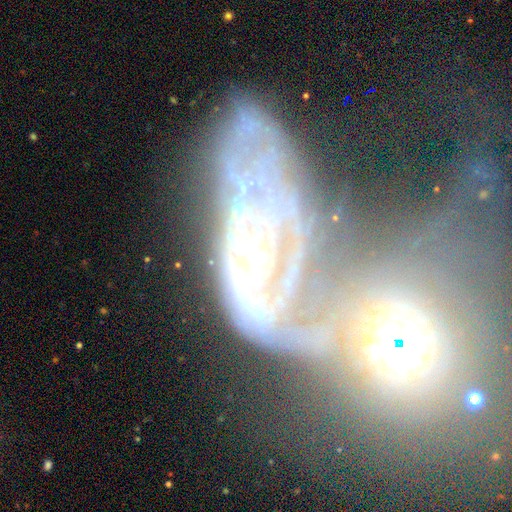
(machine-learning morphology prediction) A featured or disk galaxy (70%) with no bar (76%), spiral arms (60%) and a small central bulge (50%). Merging: merger (46%).